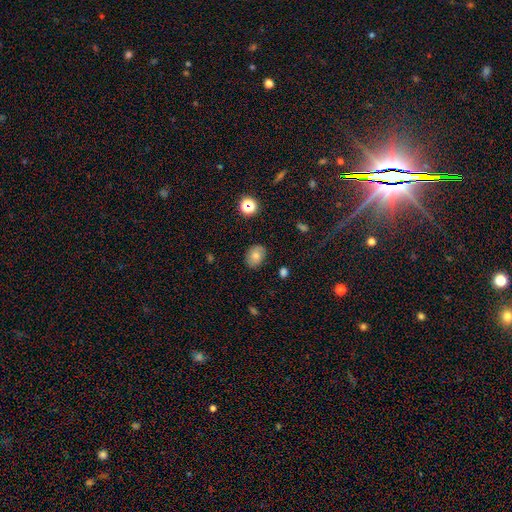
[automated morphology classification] smooth-or-featured: smooth: 72% | featured or disk: 16% | star or artifact: 12%
  how-rounded: in between: 60% | round: 39% | cigar-shaped: 1%
  merging: none: 82% | minor disturbance: 14% | major disturbance: 3% | merger: 1%